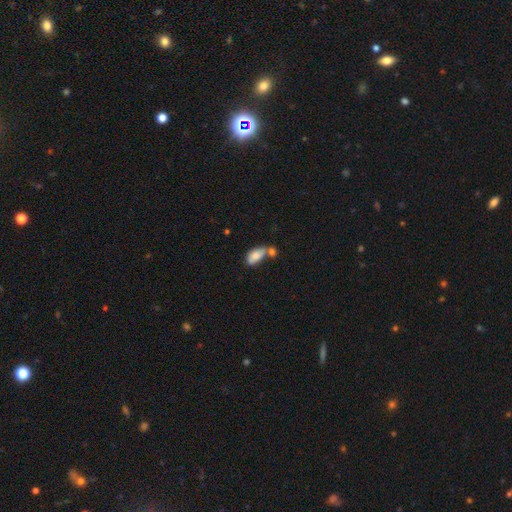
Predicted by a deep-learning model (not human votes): Smooth or featured? Predicted: smooth (p=0.80). How rounded? Predicted: in between (p=0.91). Merging? Predicted: merger (p=0.42).